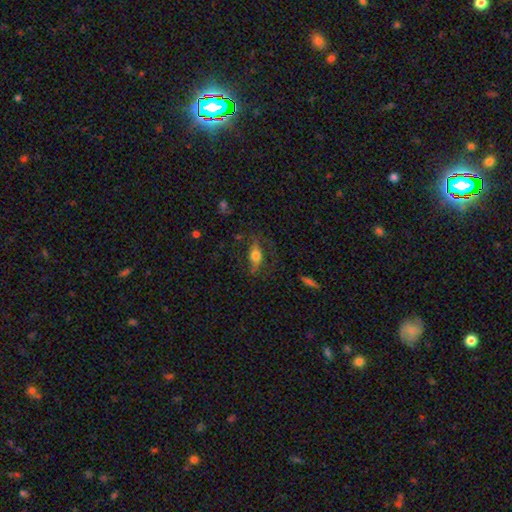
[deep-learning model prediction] smooth 50%, featured or disk 40%, star or artifact 10%. Down the decision tree: merging — none (62%).